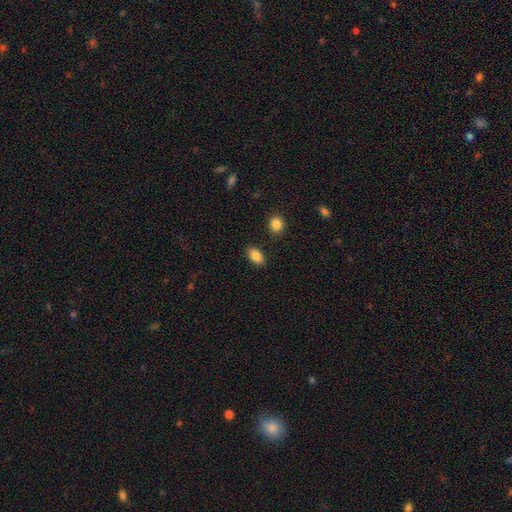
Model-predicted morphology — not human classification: smooth 86%, star or artifact 8%, featured or disk 6%. Down the decision tree: how rounded — in between (90%); merging — none (86%).